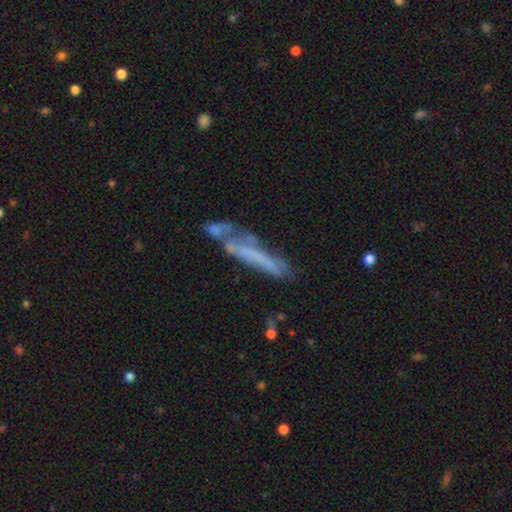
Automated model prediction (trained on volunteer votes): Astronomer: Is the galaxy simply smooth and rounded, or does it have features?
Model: featured or disk — 53% (runner-up: smooth, 36%).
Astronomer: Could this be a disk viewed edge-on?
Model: yes — 51% (runner-up: no, 49%).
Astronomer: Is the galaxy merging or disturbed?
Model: none — 37% (runner-up: minor disturbance, 22%).